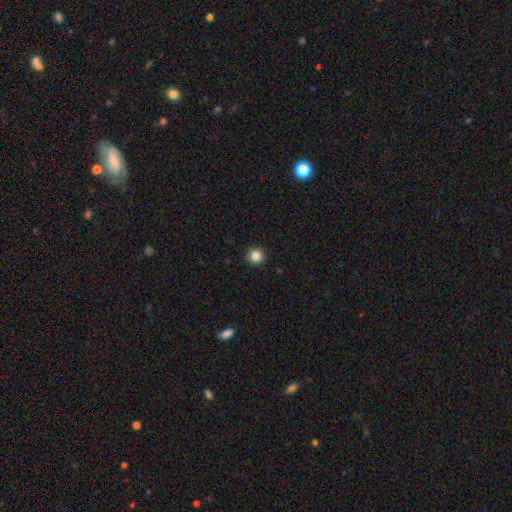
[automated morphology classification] A smooth galaxy with no disk features (84%) that is round (95%).

Vote fractions:
- Smooth or featured? smooth: 84% / star or artifact: 12% / featured or disk: 4%
- How rounded? round: 95% / in between: 4% / cigar-shaped: 1%
- Merging? none: 92% / minor disturbance: 5% / major disturbance: 2% / merger: 1%